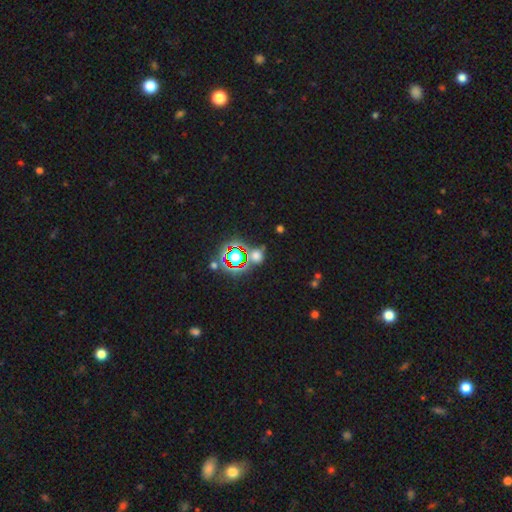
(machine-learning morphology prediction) The model was most divided on "smooth or featured": star or artifact: 48%, smooth: 42%, featured or disk: 10%.